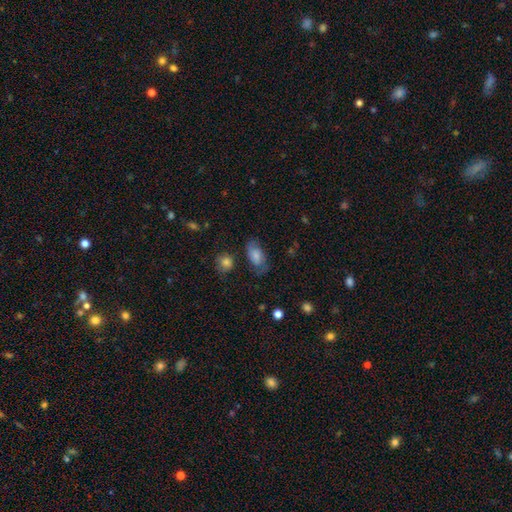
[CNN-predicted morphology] The model was most divided on "smooth or featured": smooth: 61%, featured or disk: 30%, star or artifact: 9%. More confident: how rounded — in between (89%); merging — none (63%).